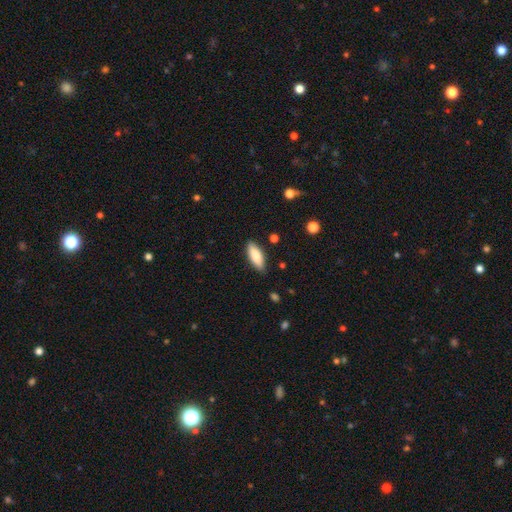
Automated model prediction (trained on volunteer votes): Smooth or featured?
  - smooth: 83% *
  - featured or disk: 11%
  - star or artifact: 6%
How rounded?
  - in between: 68% *
  - cigar-shaped: 30%
  - round: 2%
Merging?
  - none: 87% *
  - minor disturbance: 10%
  - major disturbance: 2%
  - merger: 1%